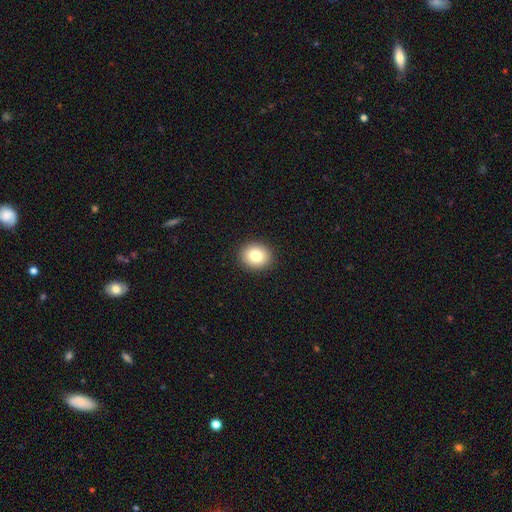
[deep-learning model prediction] A smooth galaxy with no disk features (81%) that is round (69%).

Vote fractions:
- Smooth or featured? smooth: 81% / star or artifact: 10% / featured or disk: 9%
- How rounded? round: 69% / in between: 30% / cigar-shaped: 1%
- Merging? none: 92% / minor disturbance: 6% / major disturbance: 2% / merger: 1%